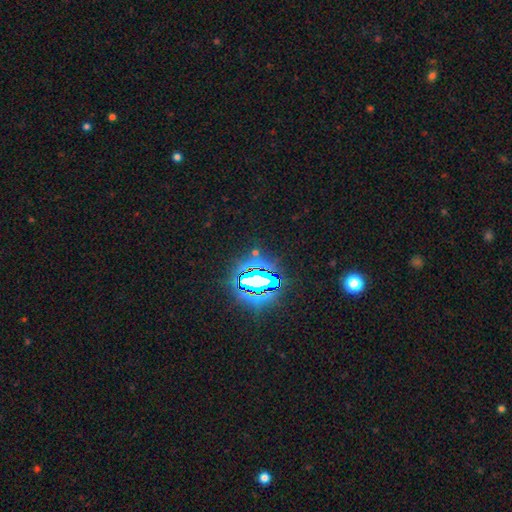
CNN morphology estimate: Smooth or featured: star or artifact — 77% (smooth — 13%)